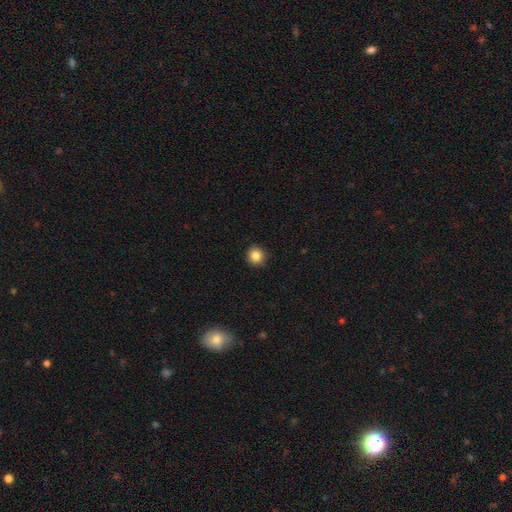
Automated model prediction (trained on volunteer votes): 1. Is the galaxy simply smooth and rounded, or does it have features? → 85% smooth, 11% star or artifact, 5% featured or disk.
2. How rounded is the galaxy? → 91% round, 8% in between, 1% cigar-shaped.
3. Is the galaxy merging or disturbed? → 91% none, 6% minor disturbance, 2% major disturbance, 1% merger.